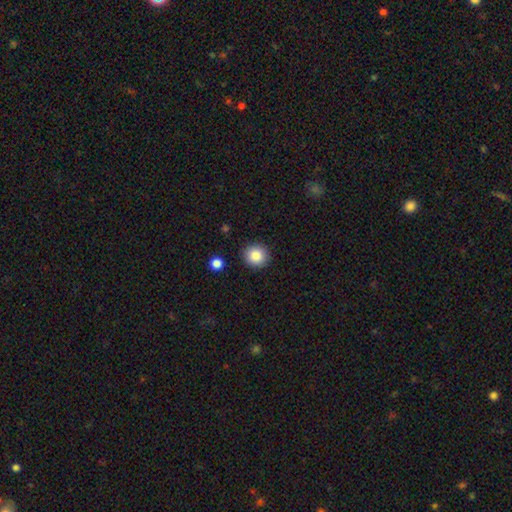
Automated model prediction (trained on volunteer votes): Morphology: type=smooth (87%); roundness=round (91%); merging=none (90%).